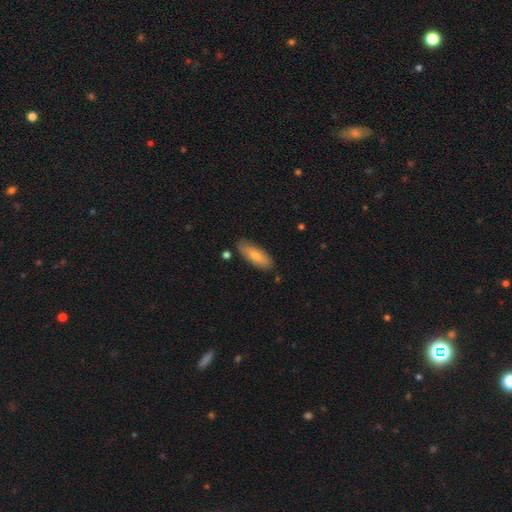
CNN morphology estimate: Smooth or featured? smooth (73%)
How rounded? in between (70%)
Merging? none (82%)